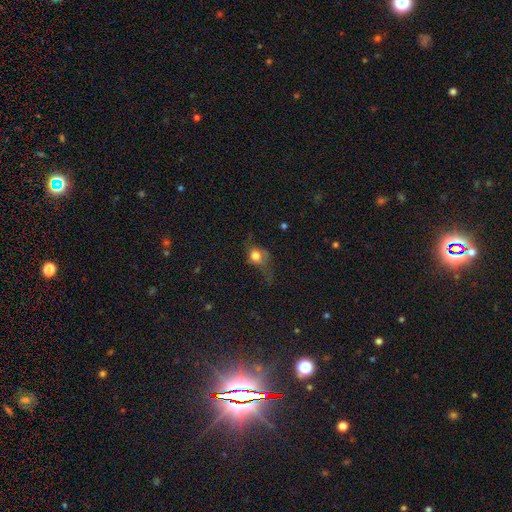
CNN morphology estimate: Overall: smooth (71%). How rounded: round (60%; in between 37%). Merging: major disturbance (37%; none 32%).